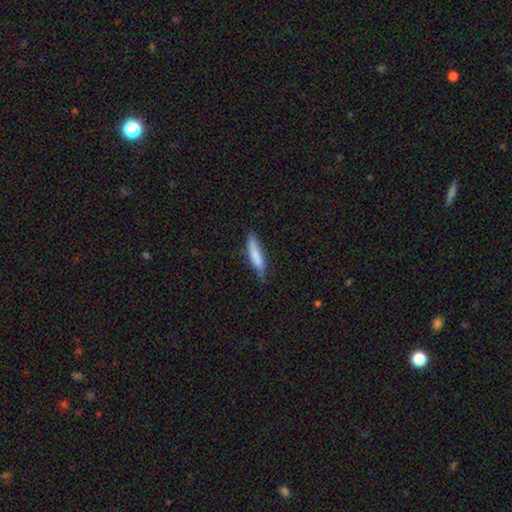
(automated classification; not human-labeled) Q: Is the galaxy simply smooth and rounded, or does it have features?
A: smooth — 78%.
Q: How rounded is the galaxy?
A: cigar-shaped — 82%.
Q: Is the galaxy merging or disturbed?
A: none — 70%.